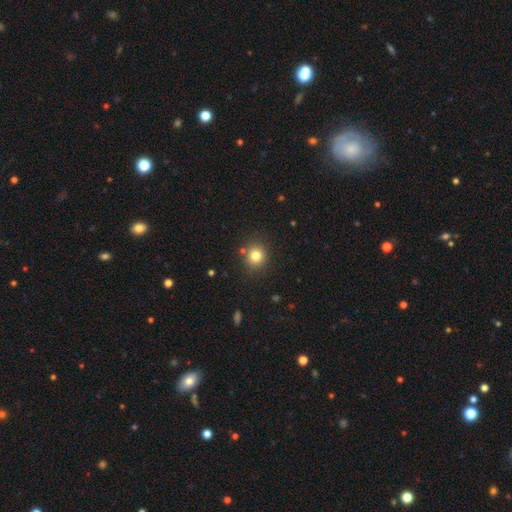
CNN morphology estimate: Smooth or featured? Predicted: smooth (p=0.79). How rounded? Predicted: round (p=0.88). Merging? Predicted: none (p=0.84).